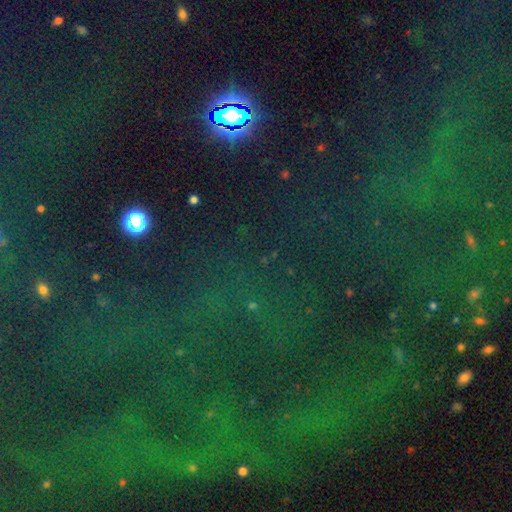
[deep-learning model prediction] Smooth or featured? star or artifact (80%)